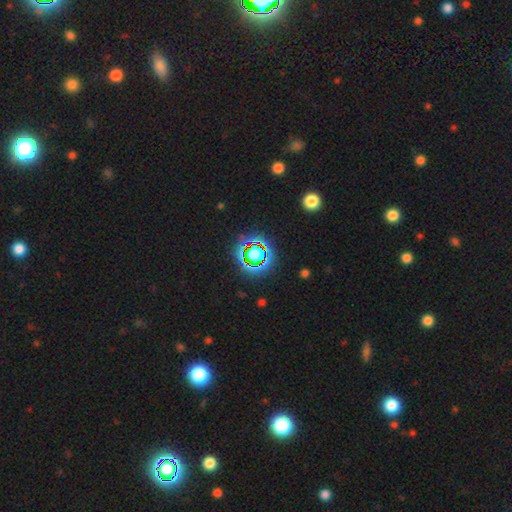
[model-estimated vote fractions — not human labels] Q: Smooth or featured?
A: star or artifact (67%); runner-up: smooth (21%)